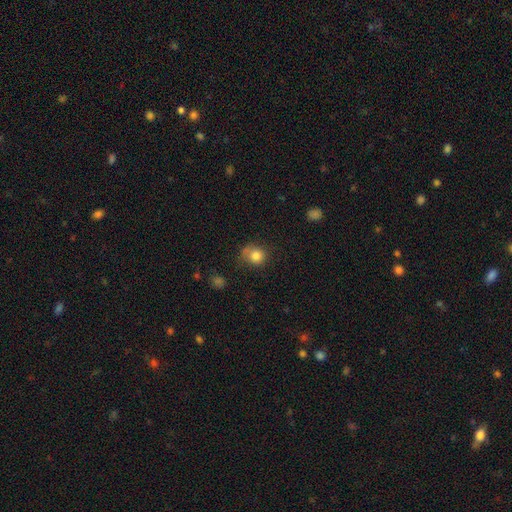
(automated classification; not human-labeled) smooth-or-featured: smooth: 81% | star or artifact: 10% | featured or disk: 8%
  how-rounded: round: 77% | in between: 22% | cigar-shaped: 1%
  merging: none: 55% | minor disturbance: 28% | major disturbance: 12% | merger: 5%